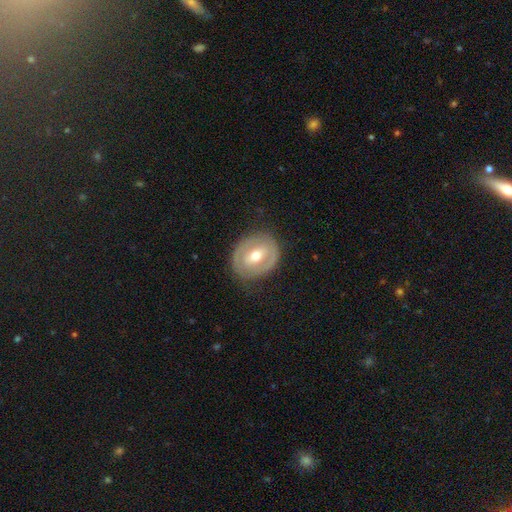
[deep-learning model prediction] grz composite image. It shows a featured or disk galaxy (65%) with a weak bar (40%), no spiral arms (56%) and a moderate central bulge (68%). Merging: none (80%).